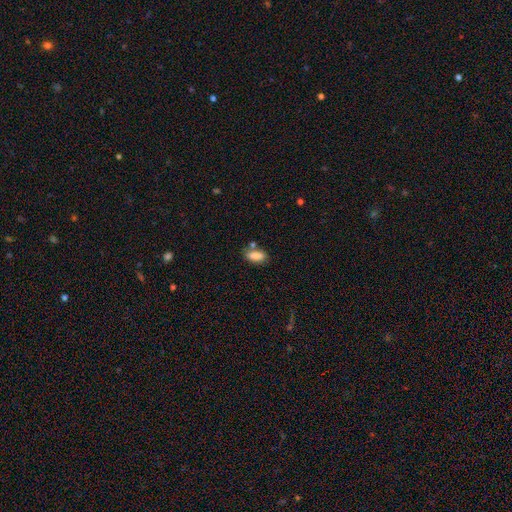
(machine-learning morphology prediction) This appears to be a smooth galaxy with no disk features (85%) that is in between round and cigar-shaped (84%). Merging: none (68%).